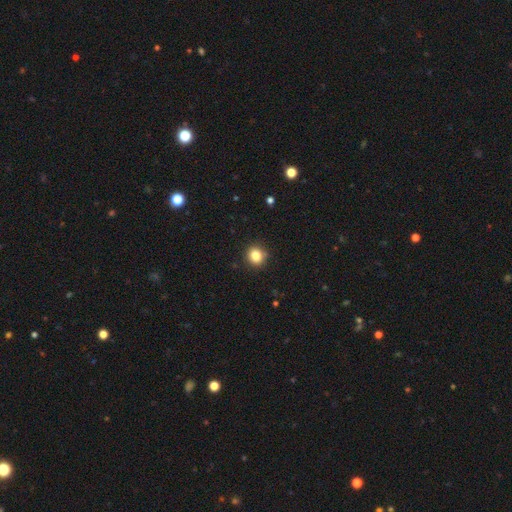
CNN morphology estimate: Smooth or featured? smooth (84%)
How rounded? round (83%)
Merging? none (89%)